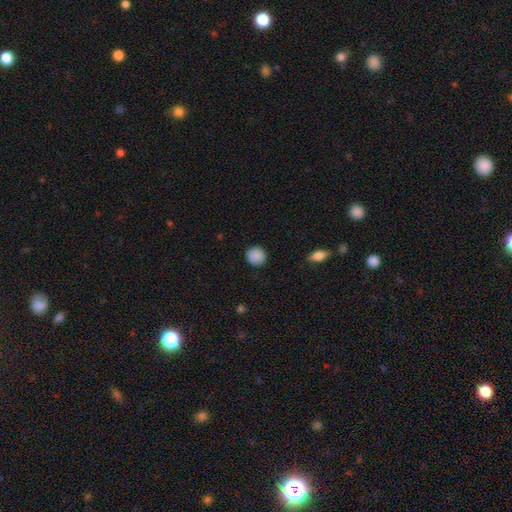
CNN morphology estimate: smooth_or_featured: smooth (p=0.88) [alt: star or artifact p=0.08]
how_rounded: round (p=0.88) [alt: in between p=0.11]
merging: none (p=0.86) [alt: minor disturbance p=0.11]